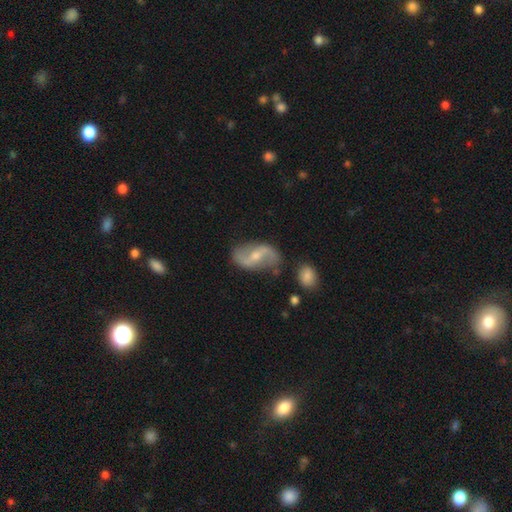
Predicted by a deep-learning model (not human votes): featured or disk 83%, smooth 11%, star or artifact 5%. Down the decision tree: edge-on disk — no (97%); bar — weak (43%); spiral arms — yes (92%); spiral arm count — 2 (93%); spiral winding — loose (71%); bulge size — small (50%); merging — none (76%).